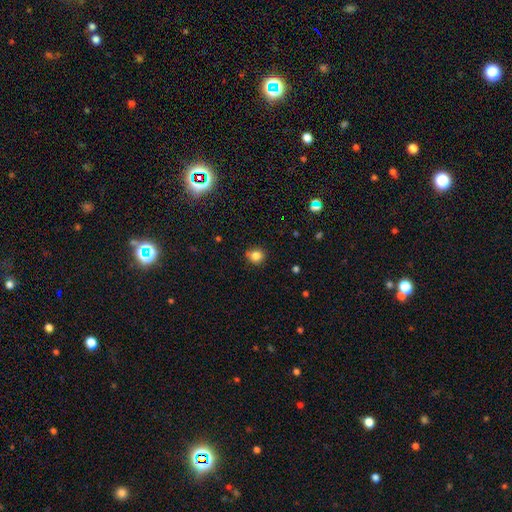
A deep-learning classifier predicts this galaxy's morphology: A smooth galaxy with no disk features (83%) that is round (85%). Merging: none (84%).